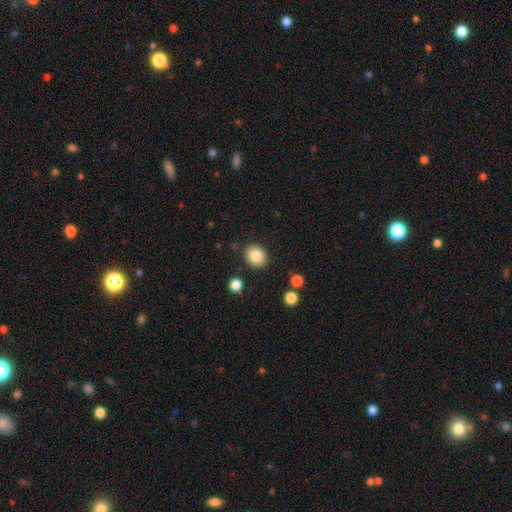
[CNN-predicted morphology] Smooth or featured?
  - smooth: 84% *
  - star or artifact: 9%
  - featured or disk: 7%
How rounded?
  - round: 56% *
  - in between: 43%
  - cigar-shaped: 1%
Merging?
  - none: 87% *
  - minor disturbance: 8%
  - major disturbance: 2%
  - merger: 2%